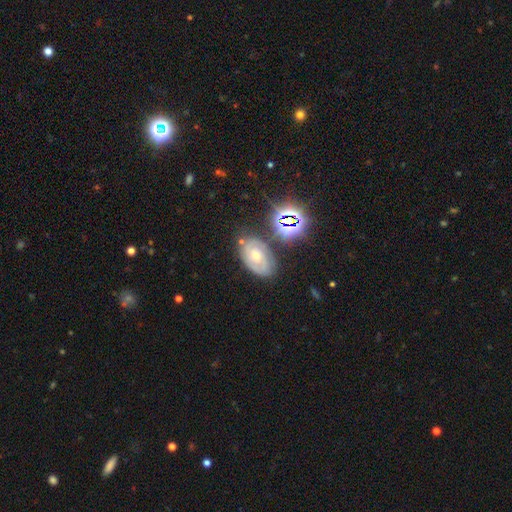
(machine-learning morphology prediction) Smooth or featured? featured or disk (46%)
Merging? none (71%)